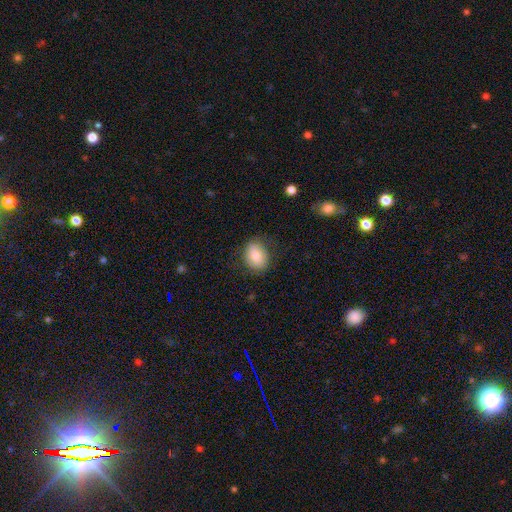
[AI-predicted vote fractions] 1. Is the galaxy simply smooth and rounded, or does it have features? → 82% smooth, 10% featured or disk, 8% star or artifact.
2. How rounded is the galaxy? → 63% in between, 36% round, 1% cigar-shaped.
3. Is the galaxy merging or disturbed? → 76% none, 17% minor disturbance, 6% major disturbance, 1% merger.